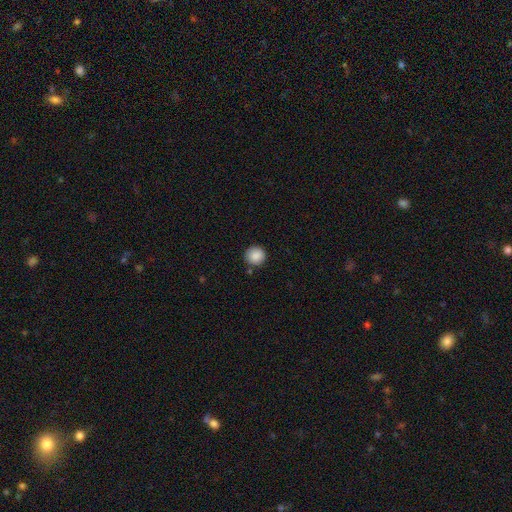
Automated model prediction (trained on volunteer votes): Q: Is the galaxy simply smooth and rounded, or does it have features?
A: smooth — 89%.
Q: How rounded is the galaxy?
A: round — 93%.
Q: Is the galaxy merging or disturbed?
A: none — 86%.